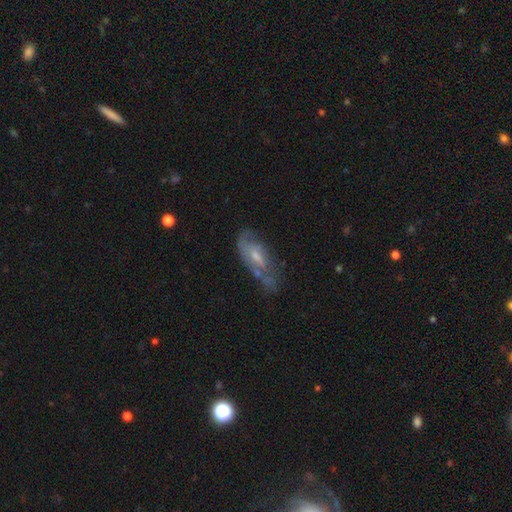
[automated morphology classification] smooth-or-featured: featured or disk: 64% | smooth: 28% | star or artifact: 8%
  disk-edge-on: no: 86% | yes: 14%
    bar: no: 47% | weak: 43% | strong: 10%
    has-spiral-arms: yes: 69% | no: 31%
    bulge-size: small: 48% | moderate: 41% | none: 7% | large: 3% | dominant: 1%
  merging: none: 49% | minor disturbance: 28% | major disturbance: 17% | merger: 6%